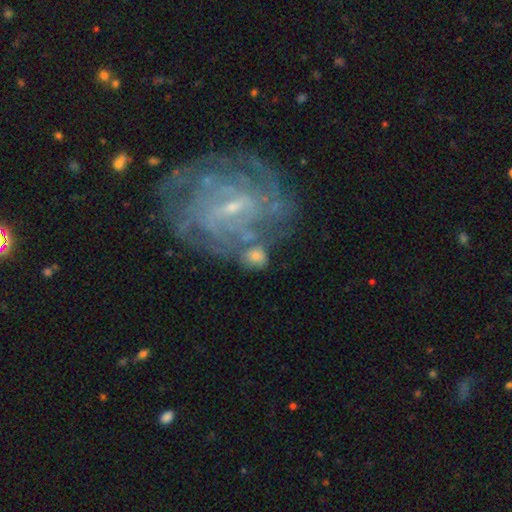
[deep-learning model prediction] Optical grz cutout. It shows a smooth galaxy with no disk features (50%). Merging: none (52%).